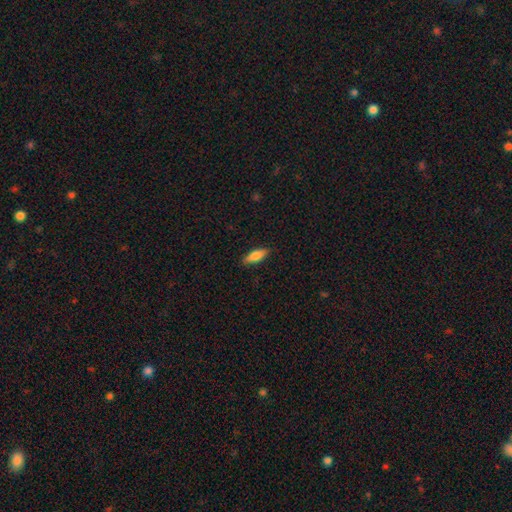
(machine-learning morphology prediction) Overall: smooth (81%). How rounded: in between (59%; cigar-shaped 39%). Merging: none (87%).